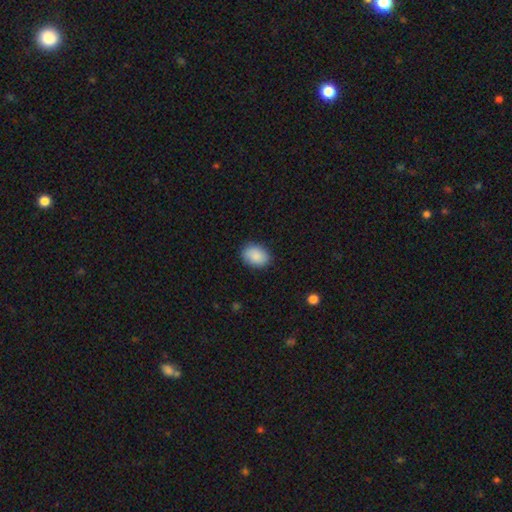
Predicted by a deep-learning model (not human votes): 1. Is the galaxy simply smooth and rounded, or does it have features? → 90% smooth, 7% star or artifact, 4% featured or disk.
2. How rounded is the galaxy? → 75% in between, 24% round, 1% cigar-shaped.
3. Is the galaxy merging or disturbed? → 86% none, 10% minor disturbance, 2% major disturbance, 1% merger.